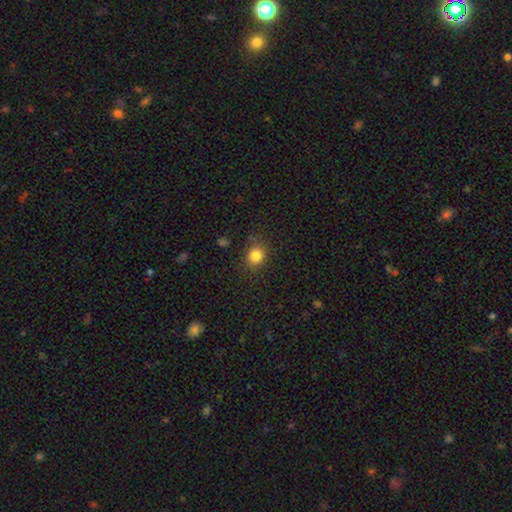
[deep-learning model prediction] Morphology: type=smooth (83%); roundness=round (81%); merging=none (83%).